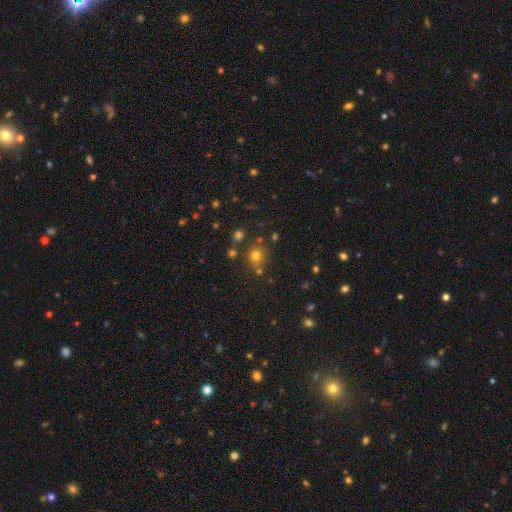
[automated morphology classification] A smooth galaxy with no disk features (71%) that is round (87%).

Vote fractions:
- Smooth or featured? smooth: 71% / star or artifact: 21% / featured or disk: 9%
- How rounded? round: 87% / in between: 12% / cigar-shaped: 1%
- Merging? none: 75% / merger: 11% / minor disturbance: 10% / major disturbance: 4%